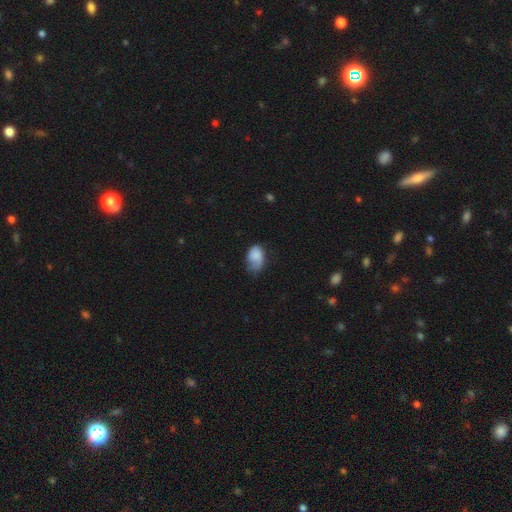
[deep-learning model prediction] Smooth or featured? Predicted: smooth (p=0.80). How rounded? Predicted: in between (p=0.86). Merging? Predicted: minor disturbance (p=0.41).